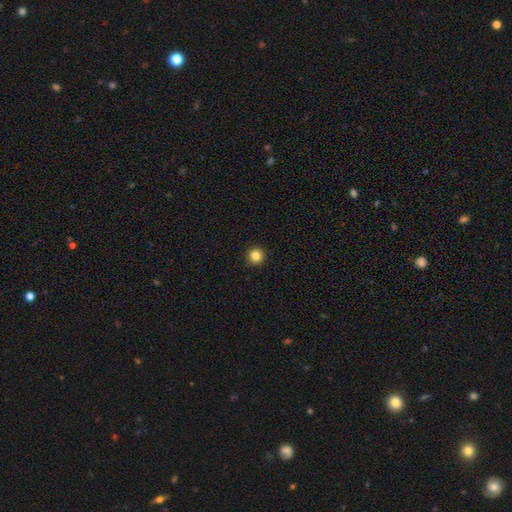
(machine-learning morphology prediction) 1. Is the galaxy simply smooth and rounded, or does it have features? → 85% smooth, 12% star or artifact, 4% featured or disk.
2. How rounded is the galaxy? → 96% round, 3% in between, 1% cigar-shaped.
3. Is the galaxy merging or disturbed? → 93% none, 5% minor disturbance, 1% major disturbance, 1% merger.